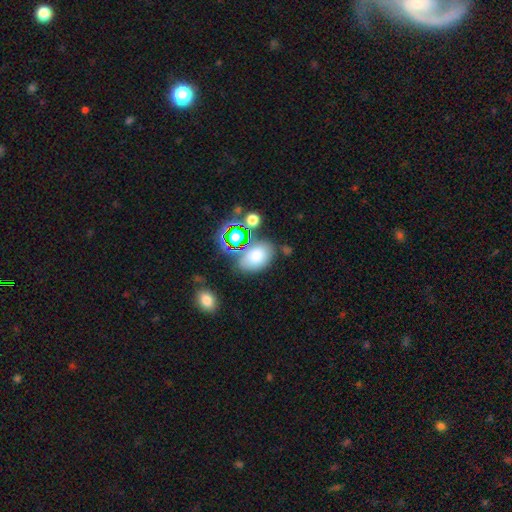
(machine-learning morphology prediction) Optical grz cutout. It shows a smooth galaxy with no disk features (71%) that is in between round and cigar-shaped (83%). Merging: none (65%).